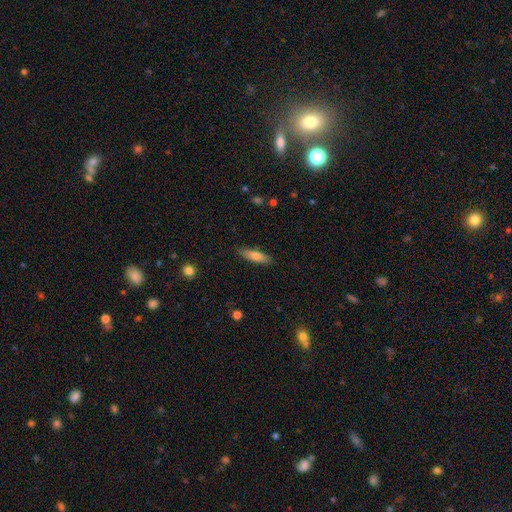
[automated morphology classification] Q: Smooth or featured?
A: smooth (73%); runner-up: featured or disk (21%)
Q: How rounded?
A: cigar-shaped (65%); runner-up: in between (33%)
Q: Merging?
A: none (88%); runner-up: minor disturbance (9%)